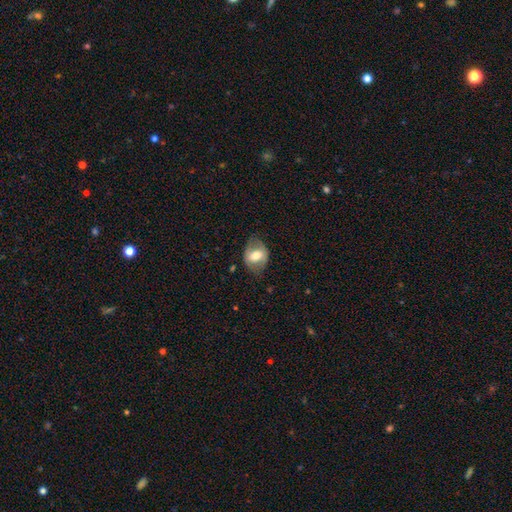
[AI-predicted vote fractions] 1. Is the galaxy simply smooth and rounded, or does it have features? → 52% smooth, 41% featured or disk, 7% star or artifact.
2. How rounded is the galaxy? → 70% in between, 28% round, 1% cigar-shaped.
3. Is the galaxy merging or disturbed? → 66% none, 22% minor disturbance, 11% major disturbance, 1% merger.